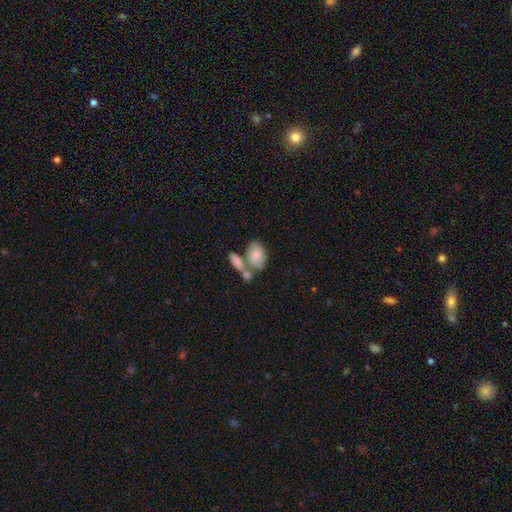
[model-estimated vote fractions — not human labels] This appears to be a smooth galaxy with no disk features (76%) that is in between round and cigar-shaped (89%). Merging: merger (43%).